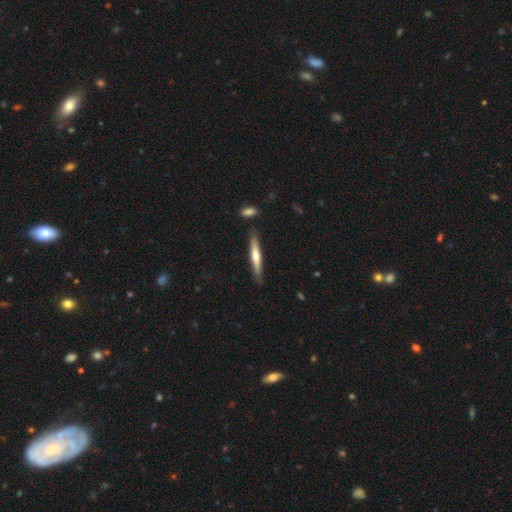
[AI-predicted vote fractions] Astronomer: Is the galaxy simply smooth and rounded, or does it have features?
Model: featured or disk — 49% (runner-up: smooth, 46%).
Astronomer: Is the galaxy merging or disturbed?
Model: none — 82%.